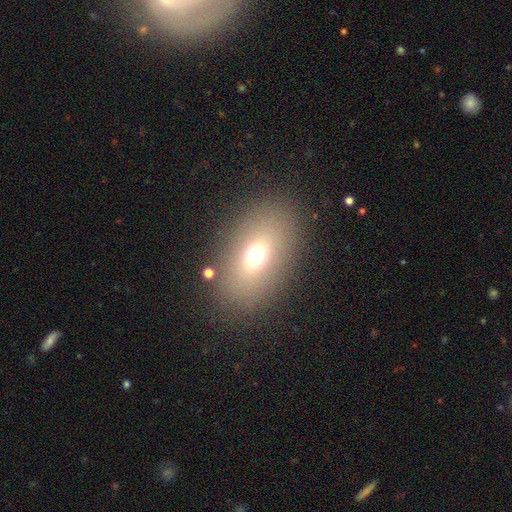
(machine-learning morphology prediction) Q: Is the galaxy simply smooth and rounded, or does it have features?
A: smooth — 67%.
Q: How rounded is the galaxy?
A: in between — 83%.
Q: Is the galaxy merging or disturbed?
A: none — 83%.